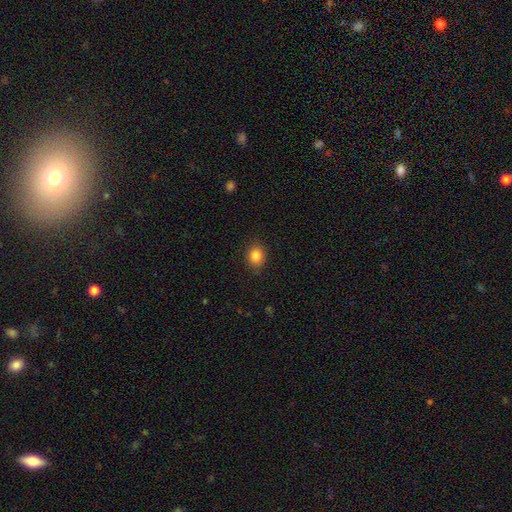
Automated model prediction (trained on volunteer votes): smooth 85%, star or artifact 10%, featured or disk 5%. Down the decision tree: how rounded — round (59%); merging — none (84%).